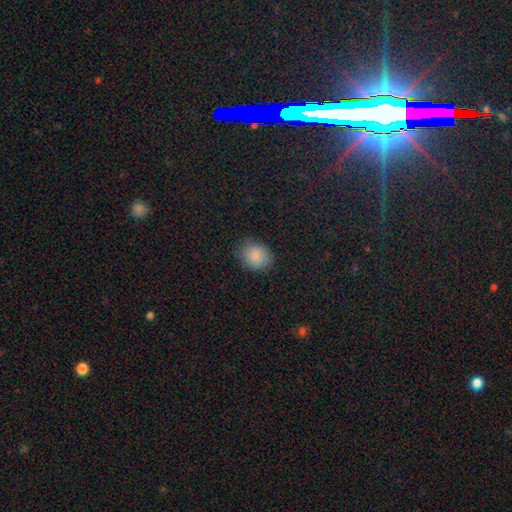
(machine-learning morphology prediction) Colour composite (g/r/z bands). It shows a smooth galaxy with no disk features (87%) that is round (50%). Merging: none (80%).